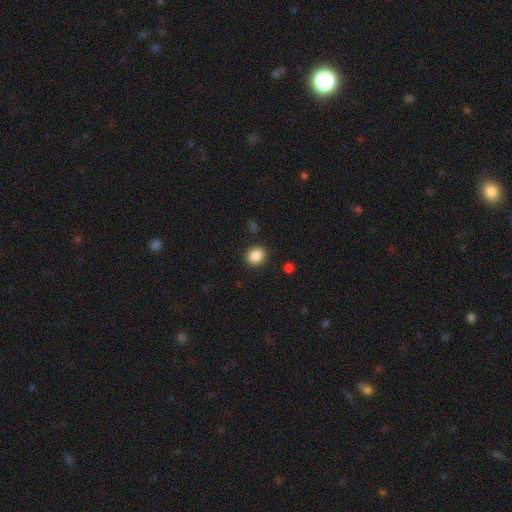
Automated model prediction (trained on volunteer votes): A smooth galaxy with no disk features (88%) that is round (62%). Merging: none (89%).